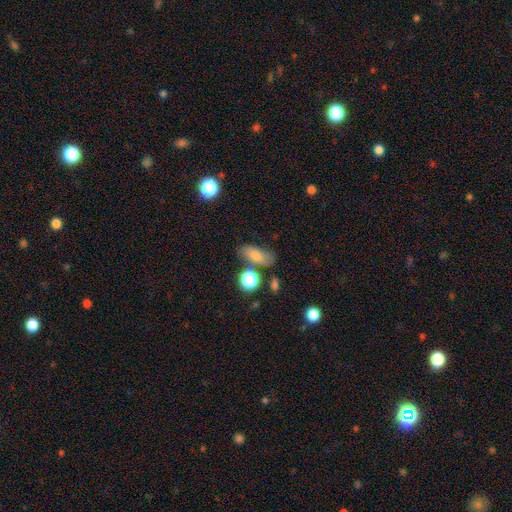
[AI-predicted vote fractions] Smooth or featured? Predicted: smooth (p=0.74). How rounded? Predicted: in between (p=0.77). Merging? Predicted: none (p=0.66).